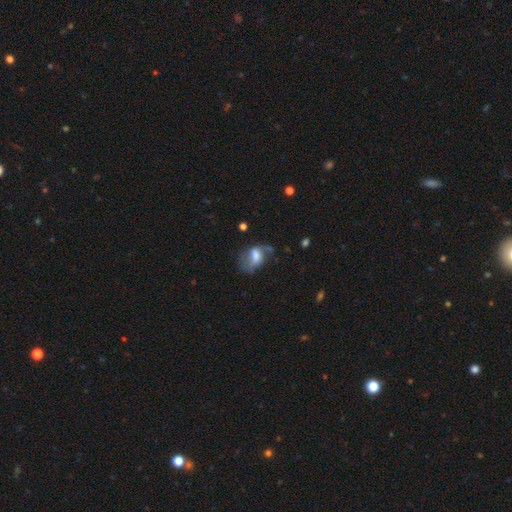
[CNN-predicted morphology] The model was most divided on "bar": weak: 46%, no: 34%, strong: 20%. Remaining: edge-on disk — no (96%); spiral arms — yes (77%); smooth or featured — featured or disk (55%); merging — none (42%); bulge size — moderate (40%).